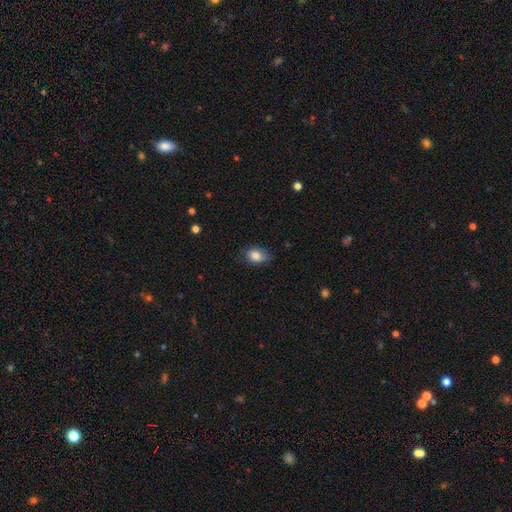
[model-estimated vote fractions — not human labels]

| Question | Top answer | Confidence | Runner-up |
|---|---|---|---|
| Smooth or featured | smooth | 83% | featured or disk (9%) |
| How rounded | in between | 79% | round (20%) |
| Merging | none | 76% | minor disturbance (19%) |